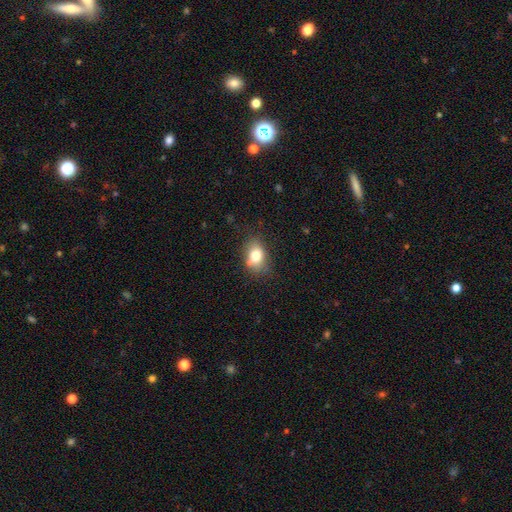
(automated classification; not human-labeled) A smooth galaxy with no disk features (77%) that is in between round and cigar-shaped (72%). Merging: none (68%).